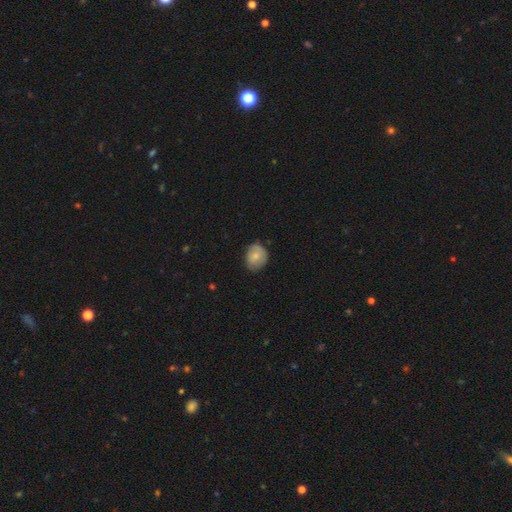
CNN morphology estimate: smooth_or_featured: smooth (p=0.72) [alt: featured or disk p=0.21]
how_rounded: round (p=0.53) [alt: in between p=0.46]
merging: none (p=0.64) [alt: minor disturbance p=0.29]